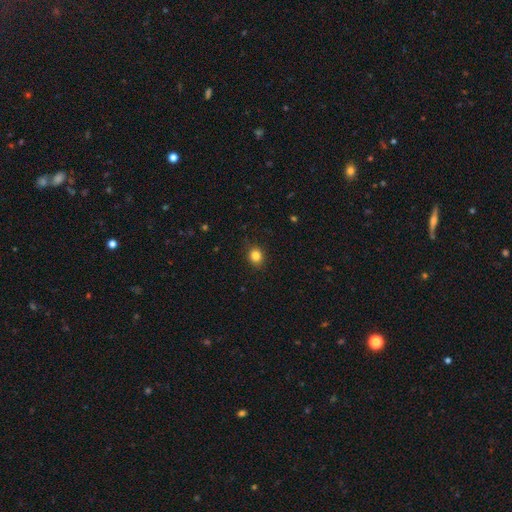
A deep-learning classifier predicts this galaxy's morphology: Smooth or featured?
  - smooth: 84% *
  - star or artifact: 11%
  - featured or disk: 5%
How rounded?
  - round: 71% *
  - in between: 28%
  - cigar-shaped: 1%
Merging?
  - none: 89% *
  - minor disturbance: 8%
  - major disturbance: 2%
  - merger: 1%